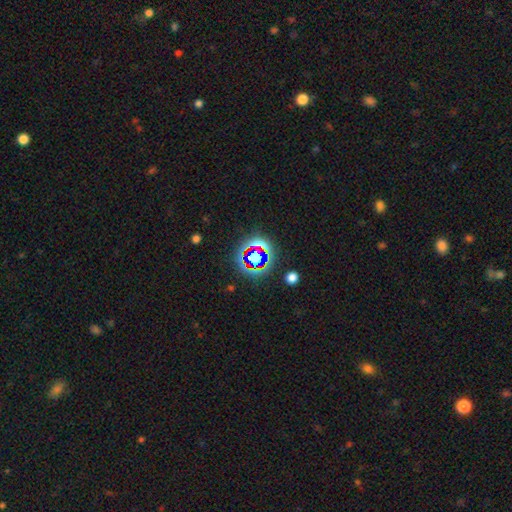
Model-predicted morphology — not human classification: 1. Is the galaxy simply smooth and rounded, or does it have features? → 65% star or artifact, 21% smooth, 13% featured or disk.